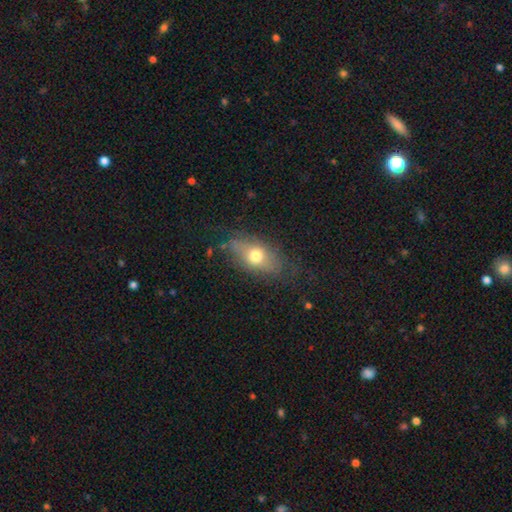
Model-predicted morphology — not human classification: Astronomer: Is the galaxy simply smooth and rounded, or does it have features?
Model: smooth — 63%.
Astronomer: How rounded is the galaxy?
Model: in between — 79%.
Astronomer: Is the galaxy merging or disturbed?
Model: none — 67%.